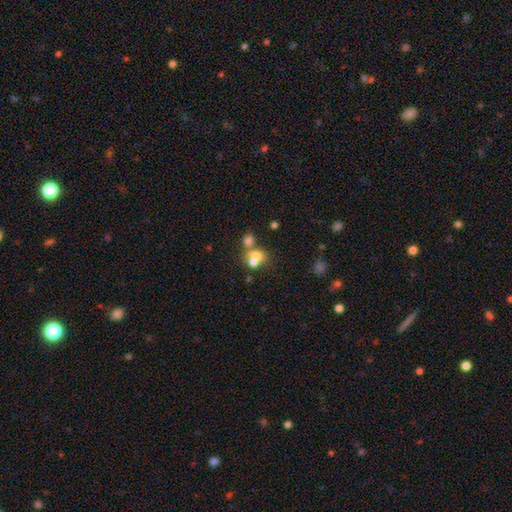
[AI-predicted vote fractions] Smooth or featured?
  - smooth: 64% *
  - featured or disk: 21%
  - star or artifact: 15%
How rounded?
  - round: 57% *
  - in between: 42%
  - cigar-shaped: 1%
Merging?
  - merger: 59% *
  - none: 27%
  - minor disturbance: 8%
  - major disturbance: 6%